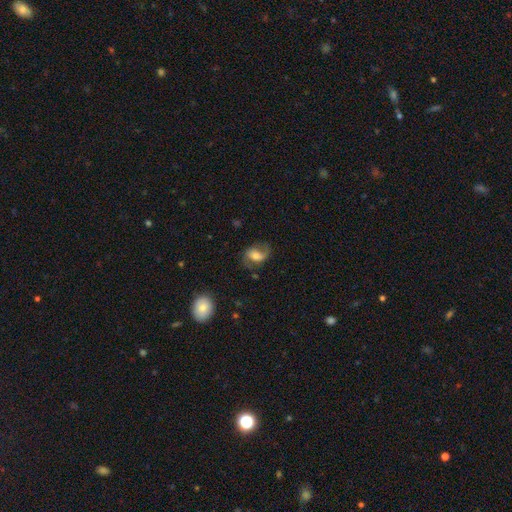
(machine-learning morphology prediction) Smooth or featured? Predicted: featured or disk (p=0.56). Edge-on disk? Predicted: no (p=0.96). Bar? Predicted: weak (p=0.42). Spiral arms? Predicted: yes (p=0.86). Bulge size? Predicted: moderate (p=0.49). Merging? Predicted: none (p=0.61).